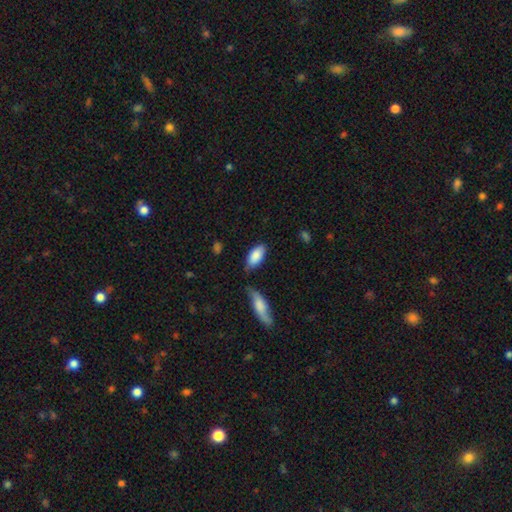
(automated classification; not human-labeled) smooth 86%, featured or disk 9%, star or artifact 6%. Down the decision tree: how rounded — in between (91%); merging — none (72%).